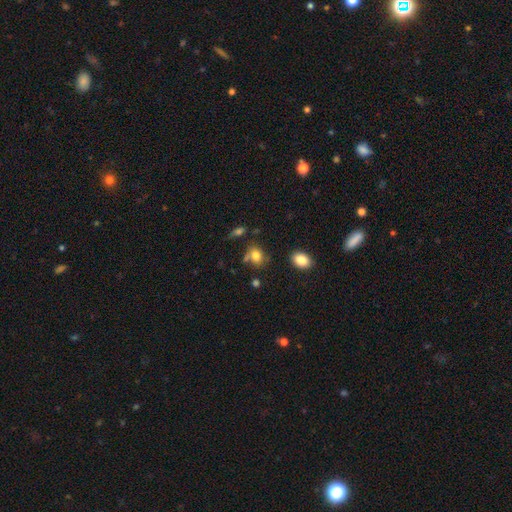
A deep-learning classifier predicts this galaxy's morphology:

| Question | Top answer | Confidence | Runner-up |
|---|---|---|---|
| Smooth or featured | smooth | 79% | star or artifact (11%) |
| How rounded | in between | 51% | round (47%) |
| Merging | none | 62% | minor disturbance (19%) |